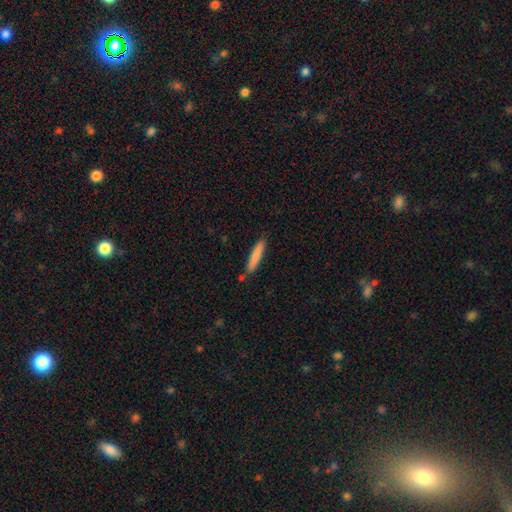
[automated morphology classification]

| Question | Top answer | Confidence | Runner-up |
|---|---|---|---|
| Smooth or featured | smooth | 81% | featured or disk (13%) |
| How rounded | cigar-shaped | 92% | in between (7%) |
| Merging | none | 82% | minor disturbance (12%) |